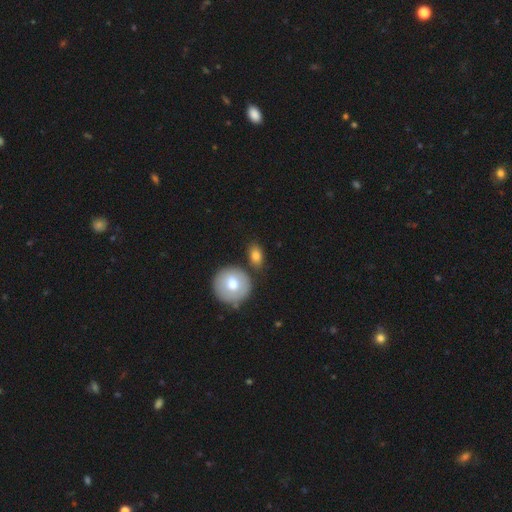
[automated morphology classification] Q: Smooth or featured?
A: smooth (80%); runner-up: featured or disk (12%)
Q: How rounded?
A: in between (63%); runner-up: round (34%)
Q: Merging?
A: none (72%); runner-up: minor disturbance (14%)